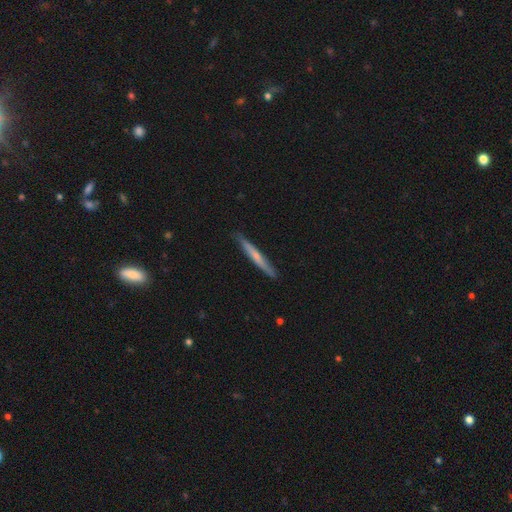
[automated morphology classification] A smooth galaxy with no disk features (49%). Merging: none (89%).